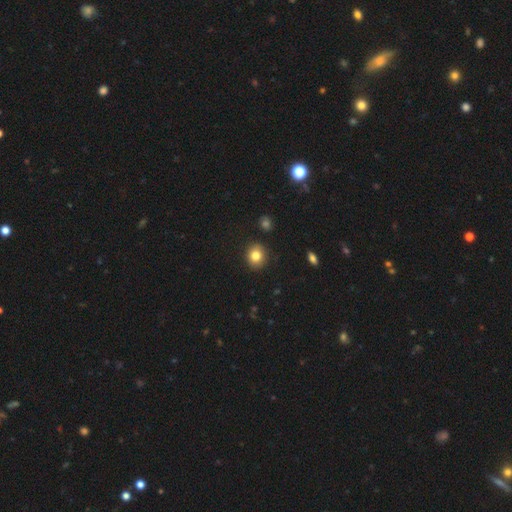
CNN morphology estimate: Smooth or featured?
  - smooth: 83% *
  - star or artifact: 10%
  - featured or disk: 7%
How rounded?
  - round: 78% *
  - in between: 22%
  - cigar-shaped: 1%
Merging?
  - none: 89% *
  - minor disturbance: 7%
  - major disturbance: 2%
  - merger: 2%